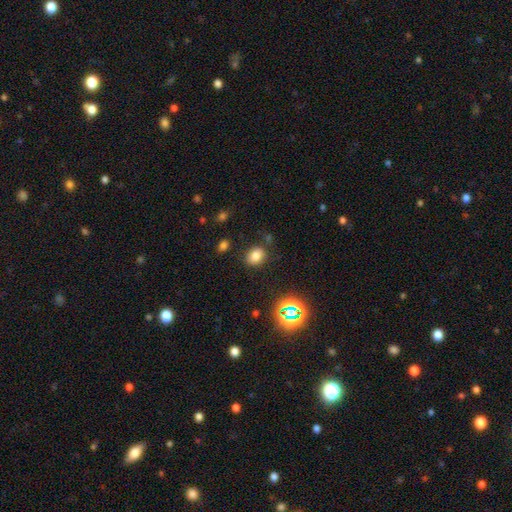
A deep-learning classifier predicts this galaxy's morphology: Smooth or featured? smooth (76%)
How rounded? in between (50%)
Merging? none (82%)